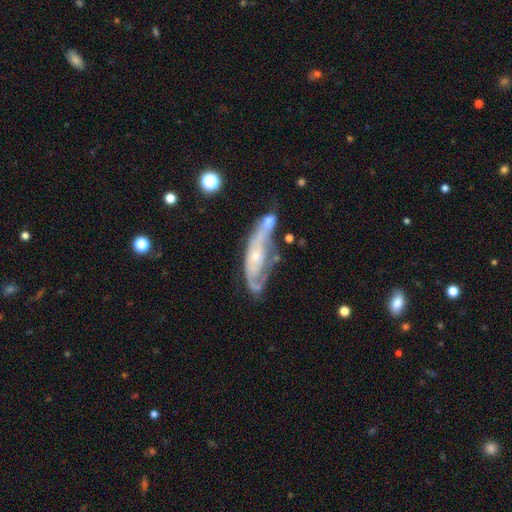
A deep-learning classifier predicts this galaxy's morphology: smooth_or_featured: featured or disk (p=0.74) [alt: smooth p=0.19]
disk_edge_on: no (p=0.81) [alt: yes p=0.19]
bar: no (p=0.73) [alt: weak p=0.21]
has_spiral_arms: yes (p=0.72) [alt: no p=0.28]
bulge_size: small (p=0.67) [alt: moderate p=0.27]
merging: none (p=0.31) [alt: minor disturbance p=0.24]